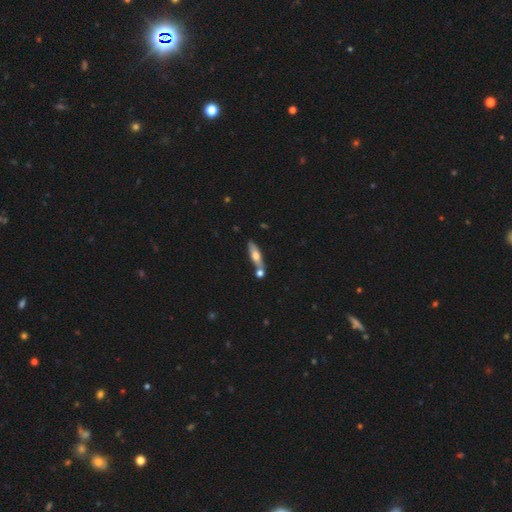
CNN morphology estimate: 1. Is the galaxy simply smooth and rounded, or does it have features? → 50% smooth, 44% featured or disk, 6% star or artifact.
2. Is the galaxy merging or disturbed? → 63% none, 22% merger, 12% minor disturbance, 3% major disturbance.